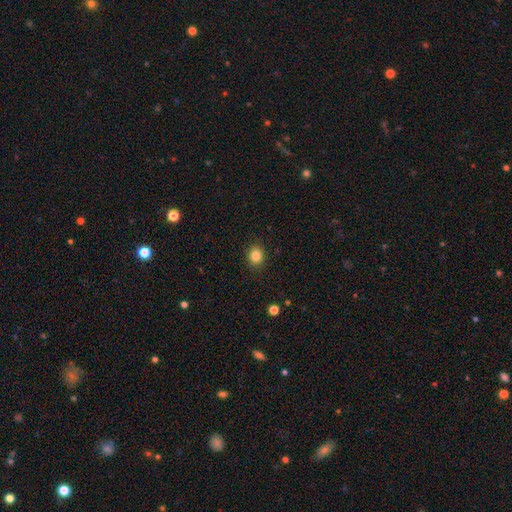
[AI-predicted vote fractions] smooth-or-featured: smooth: 84% | star or artifact: 11% | featured or disk: 6%
  how-rounded: round: 67% | in between: 32% | cigar-shaped: 1%
  merging: none: 90% | minor disturbance: 7% | major disturbance: 2% | merger: 1%